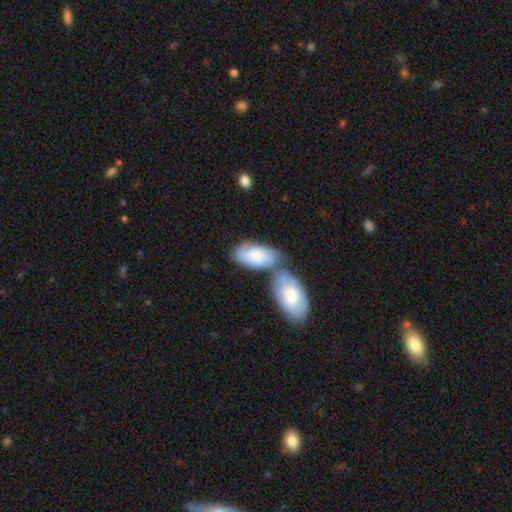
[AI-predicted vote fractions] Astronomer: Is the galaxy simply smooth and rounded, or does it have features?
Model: smooth — 59% (runner-up: featured or disk, 35%).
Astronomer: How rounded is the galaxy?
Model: in between — 92%.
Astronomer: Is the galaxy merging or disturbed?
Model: merger — 47% (runner-up: none, 32%).